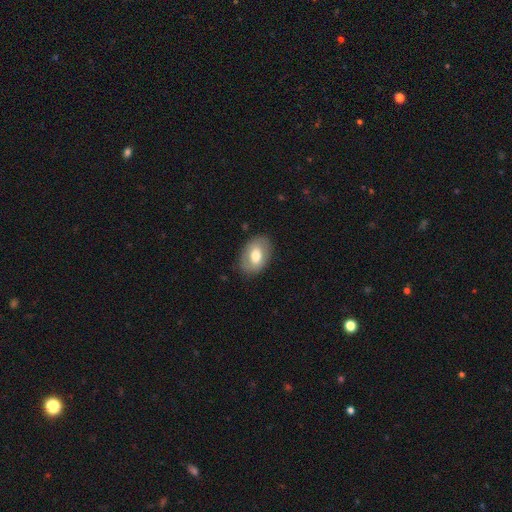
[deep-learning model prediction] smooth-or-featured: smooth: 68% | featured or disk: 25% | star or artifact: 7%
  how-rounded: in between: 85% | round: 14% | cigar-shaped: 1%
  merging: none: 83% | minor disturbance: 13% | major disturbance: 4% | merger: 1%